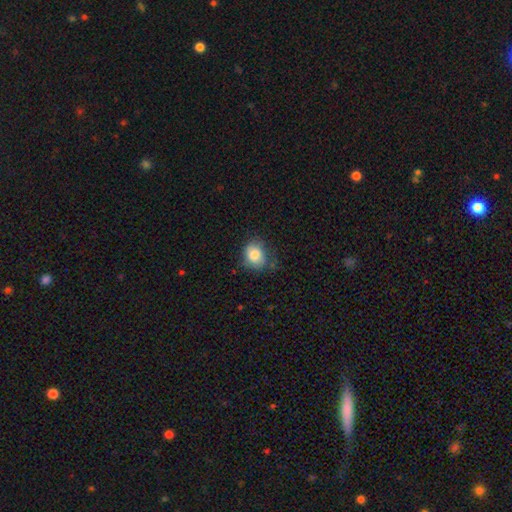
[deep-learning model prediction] smooth_or_featured: smooth (p=0.82) [alt: featured or disk p=0.09]
how_rounded: round (p=0.53) [alt: in between p=0.46]
merging: none (p=0.63) [alt: minor disturbance p=0.27]